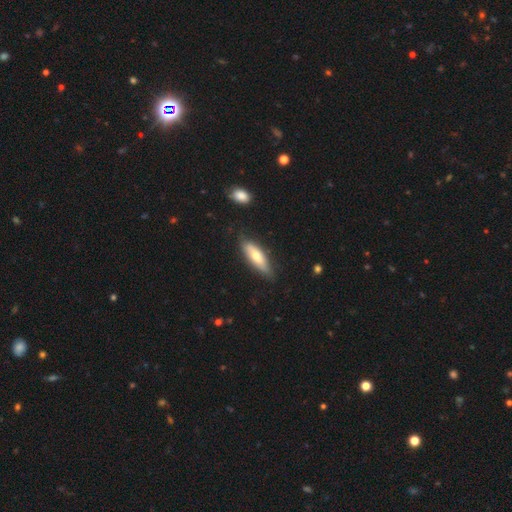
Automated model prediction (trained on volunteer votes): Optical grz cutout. It shows a smooth galaxy with no disk features (63%) that is in between round and cigar-shaped (50%). Merging: none (79%).